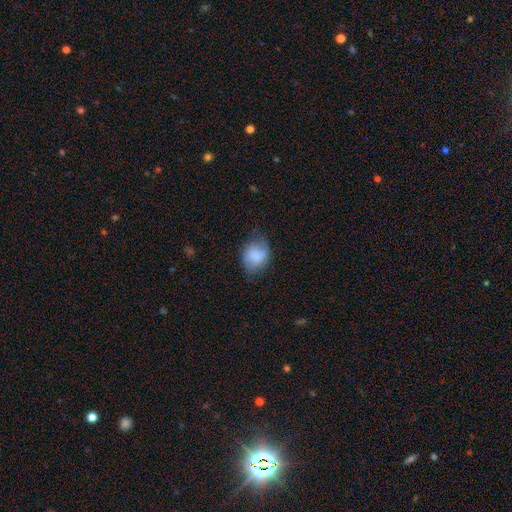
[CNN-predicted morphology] Smooth or featured? Predicted: smooth (p=0.80). How rounded? Predicted: in between (p=0.59). Merging? Predicted: none (p=0.63).